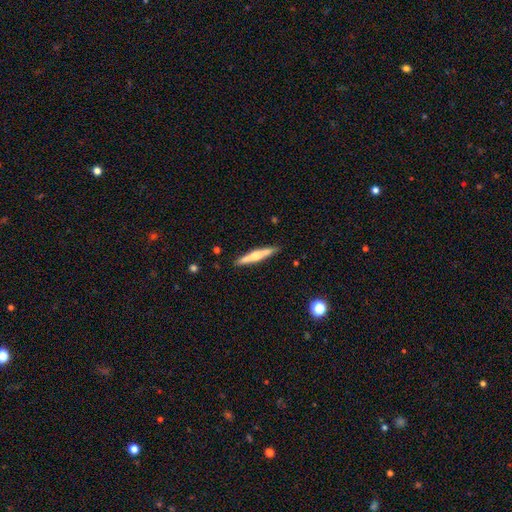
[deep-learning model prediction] Smooth or featured?
  - featured or disk: 48% *
  - smooth: 46%
  - star or artifact: 6%
Merging?
  - none: 90% *
  - minor disturbance: 8%
  - major disturbance: 2%
  - merger: 1%